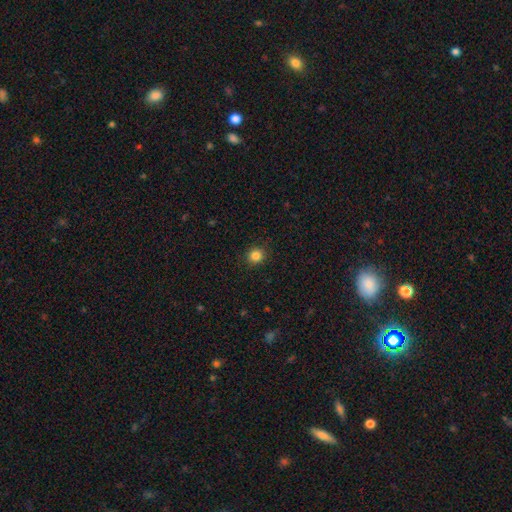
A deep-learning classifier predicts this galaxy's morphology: smooth_or_featured: smooth (p=0.84) [alt: star or artifact p=0.12]
how_rounded: round (p=0.88) [alt: in between p=0.12]
merging: none (p=0.91) [alt: minor disturbance p=0.06]